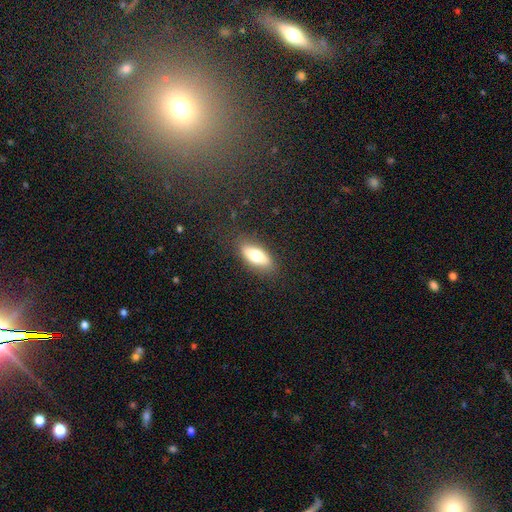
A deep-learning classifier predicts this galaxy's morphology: Q: Smooth or featured?
A: smooth (75%); runner-up: featured or disk (18%)
Q: How rounded?
A: in between (79%); runner-up: cigar-shaped (18%)
Q: Merging?
A: none (83%); runner-up: minor disturbance (12%)